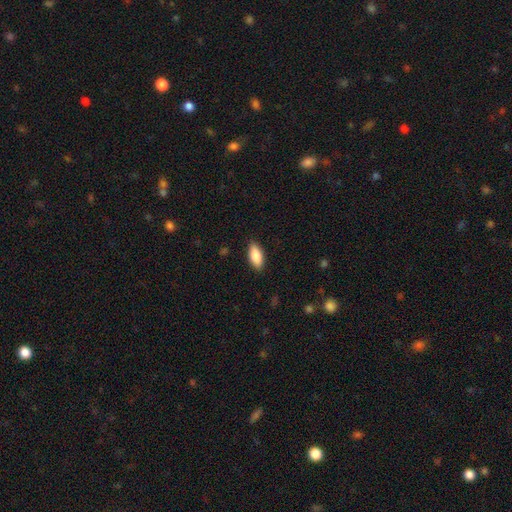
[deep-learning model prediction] Smooth or featured? smooth (86%)
How rounded? in between (86%)
Merging? none (88%)